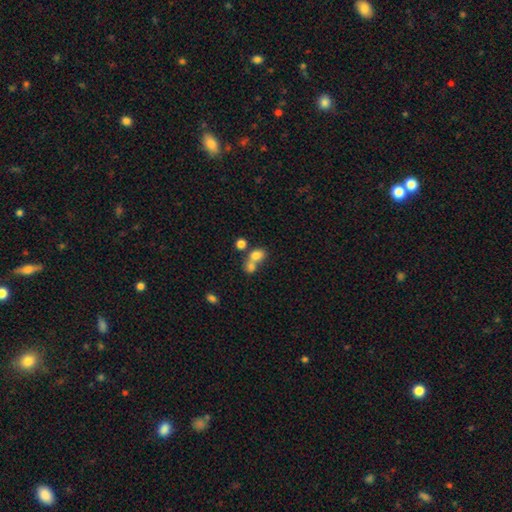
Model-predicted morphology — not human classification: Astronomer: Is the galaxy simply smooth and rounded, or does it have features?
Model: smooth — 75%.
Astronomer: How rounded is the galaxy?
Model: round — 52% (runner-up: in between, 47%).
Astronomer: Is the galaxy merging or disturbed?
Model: merger — 59%.